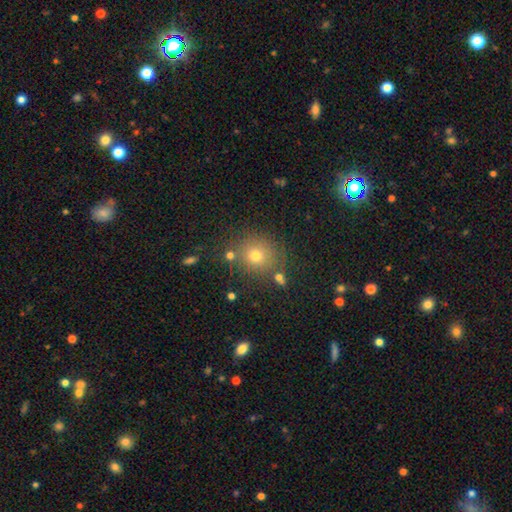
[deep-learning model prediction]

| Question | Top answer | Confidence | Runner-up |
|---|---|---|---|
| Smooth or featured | smooth | 71% | star or artifact (18%) |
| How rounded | round | 85% | in between (14%) |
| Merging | none | 79% | minor disturbance (11%) |